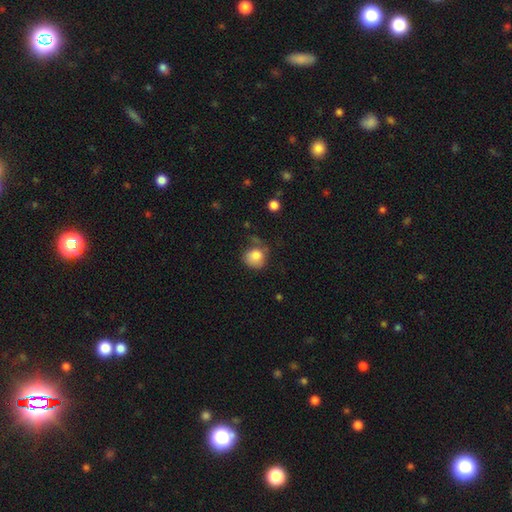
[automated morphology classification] This appears to be a smooth galaxy with no disk features (80%) that is round (76%). Merging: none (50%).